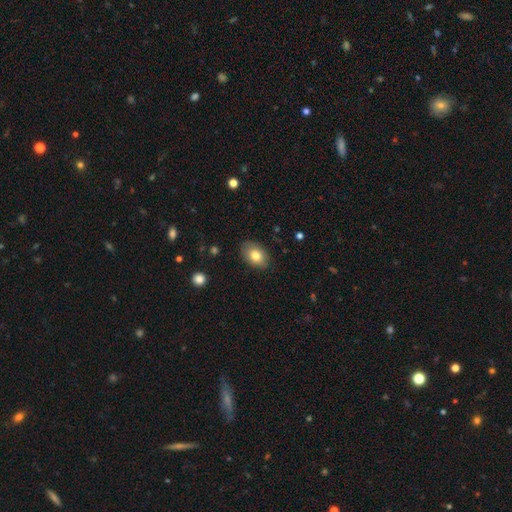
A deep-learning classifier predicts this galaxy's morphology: smooth-or-featured: smooth: 80% | featured or disk: 13% | star or artifact: 8%
  how-rounded: in between: 83% | round: 16% | cigar-shaped: 1%
  merging: none: 84% | minor disturbance: 12% | major disturbance: 2% | merger: 1%